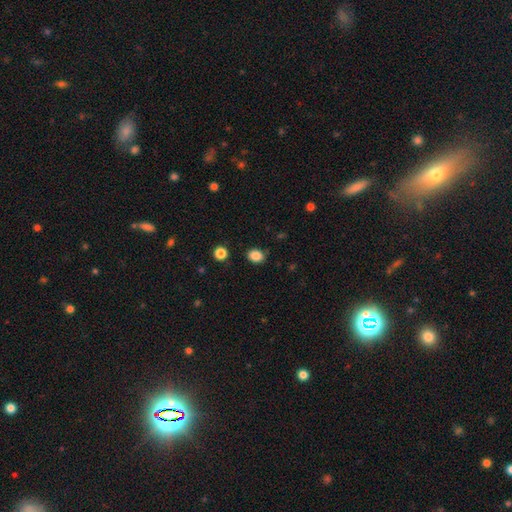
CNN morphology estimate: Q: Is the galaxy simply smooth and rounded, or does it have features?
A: smooth — 86%.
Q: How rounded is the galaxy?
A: in between — 53%.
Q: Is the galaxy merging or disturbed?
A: none — 85%.